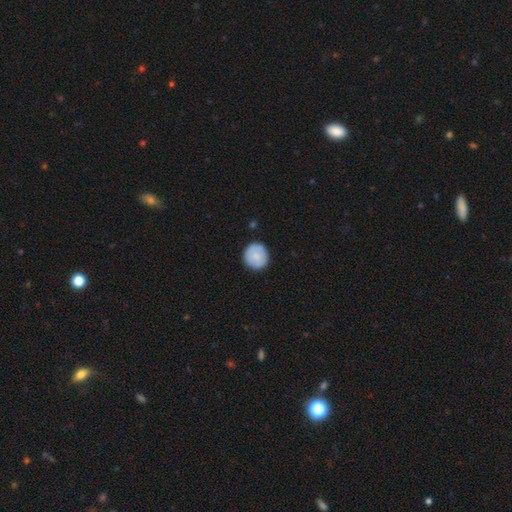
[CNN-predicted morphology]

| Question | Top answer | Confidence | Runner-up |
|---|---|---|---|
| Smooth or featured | smooth | 81% | featured or disk (13%) |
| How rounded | round | 92% | in between (7%) |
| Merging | none | 87% | minor disturbance (10%) |